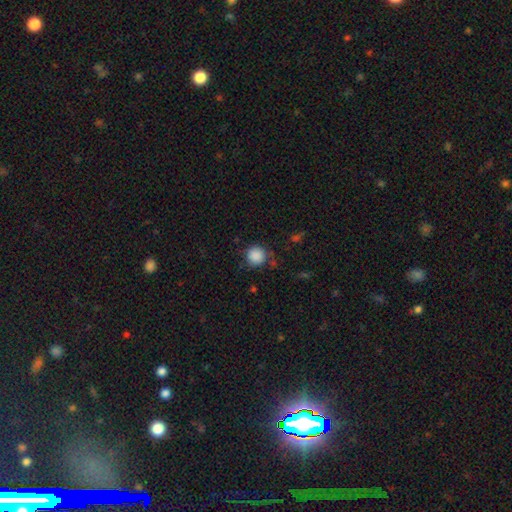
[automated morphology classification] Overall: smooth (88%). How rounded: round (92%). Merging: none (80%).